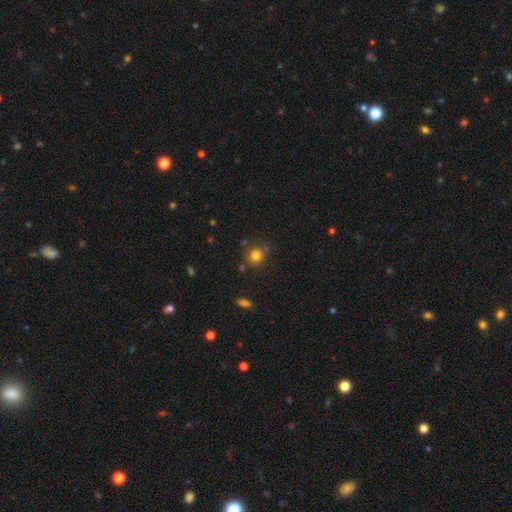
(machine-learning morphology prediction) type=smooth (80%); roundness=round (88%); merging=none (75%).